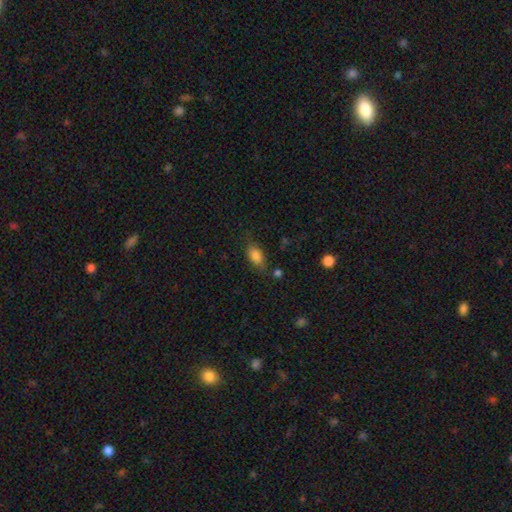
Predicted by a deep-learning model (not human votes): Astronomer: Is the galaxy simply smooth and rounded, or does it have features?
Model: smooth — 82%.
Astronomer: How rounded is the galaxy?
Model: in between — 86%.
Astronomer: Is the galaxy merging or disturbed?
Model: none — 69%.